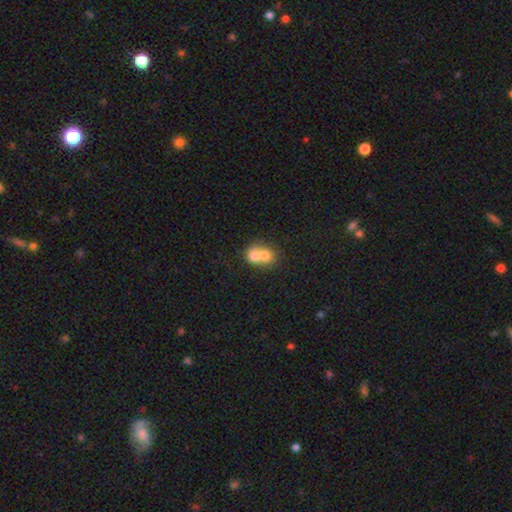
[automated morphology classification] Smooth or featured? Predicted: smooth (p=0.70). How rounded? Predicted: round (p=0.62). Merging? Predicted: merger (p=0.75).